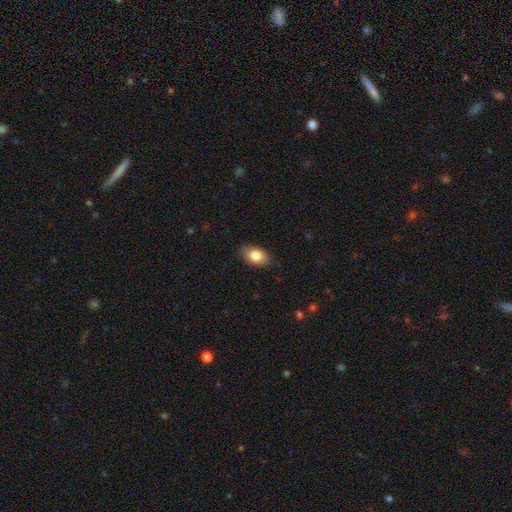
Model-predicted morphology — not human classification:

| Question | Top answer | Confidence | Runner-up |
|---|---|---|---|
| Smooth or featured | smooth | 82% | featured or disk (10%) |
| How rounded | in between | 88% | round (11%) |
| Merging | none | 85% | minor disturbance (11%) |